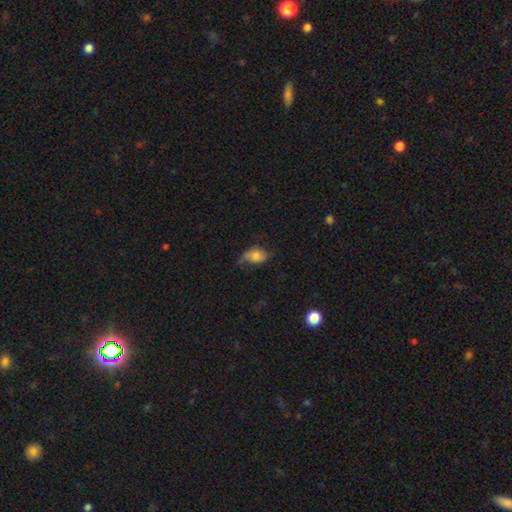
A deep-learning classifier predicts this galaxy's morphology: smooth-or-featured: smooth: 70% | featured or disk: 21% | star or artifact: 9%
  how-rounded: in between: 83% | round: 15% | cigar-shaped: 2%
  merging: none: 40% | minor disturbance: 36% | major disturbance: 22% | merger: 2%